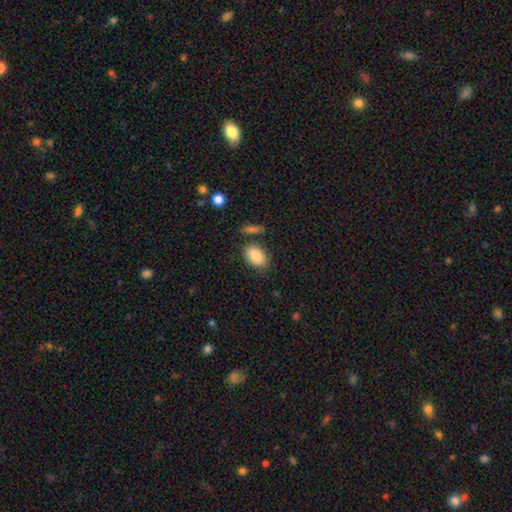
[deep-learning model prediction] Q: Smooth or featured?
A: smooth (88%); runner-up: star or artifact (7%)
Q: How rounded?
A: in between (90%); runner-up: round (9%)
Q: Merging?
A: none (75%); runner-up: minor disturbance (14%)